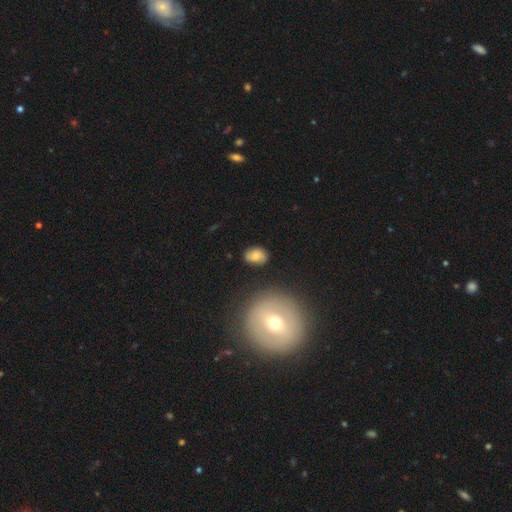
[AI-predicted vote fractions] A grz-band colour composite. It shows a smooth galaxy with no disk features (70%) that is in between round and cigar-shaped (78%). Merging: none (77%).